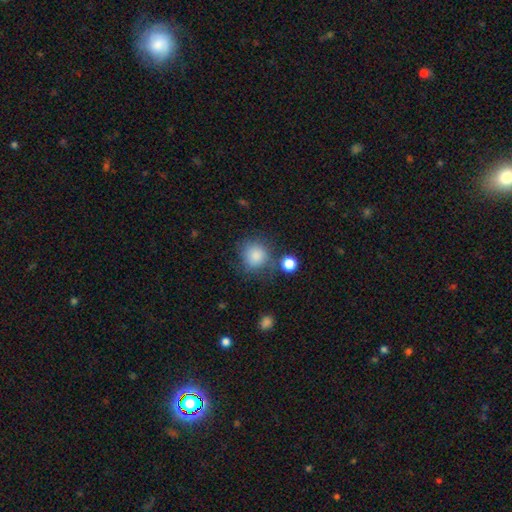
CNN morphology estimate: smooth-or-featured: smooth: 83% | star or artifact: 10% | featured or disk: 7%
  how-rounded: round: 85% | in between: 14% | cigar-shaped: 1%
  merging: none: 64% | minor disturbance: 18% | merger: 9% | major disturbance: 8%